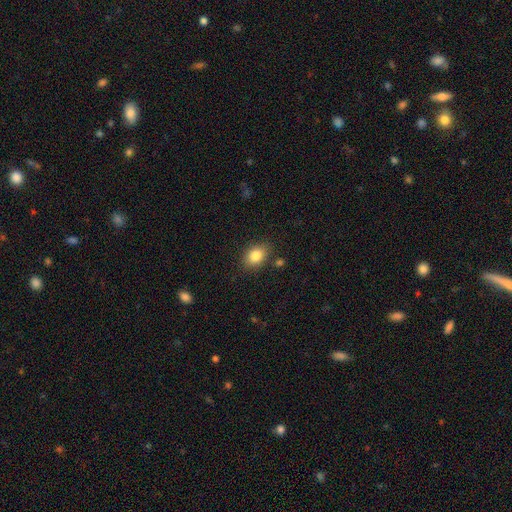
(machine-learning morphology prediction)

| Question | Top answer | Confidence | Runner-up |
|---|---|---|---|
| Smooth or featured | smooth | 84% | star or artifact (9%) |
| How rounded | in between | 71% | round (28%) |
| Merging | none | 82% | minor disturbance (12%) |